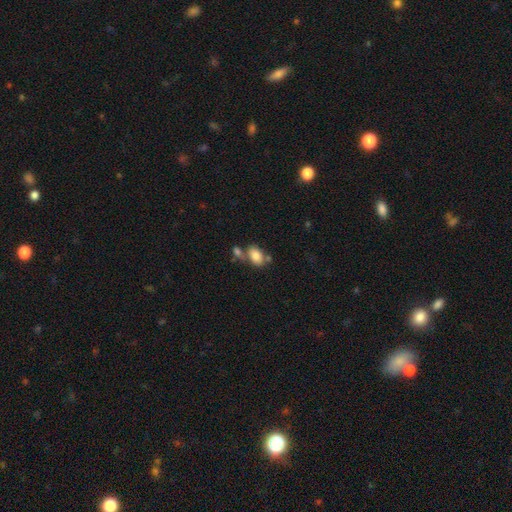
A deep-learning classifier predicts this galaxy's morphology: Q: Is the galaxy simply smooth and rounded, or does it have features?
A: smooth — 81%.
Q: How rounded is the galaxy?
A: in between — 88%.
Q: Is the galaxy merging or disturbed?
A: none — 48%.